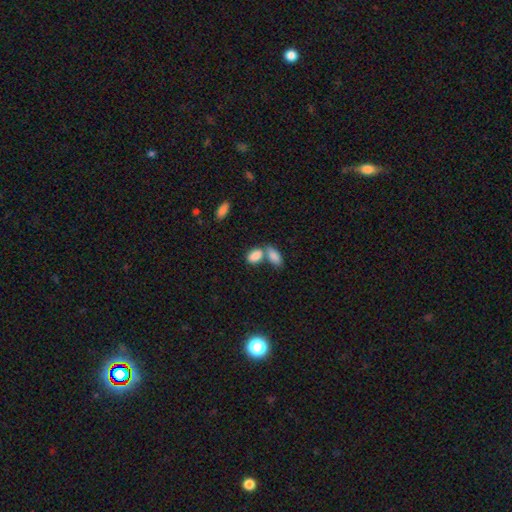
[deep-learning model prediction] Morphology: type=smooth (86%); roundness=in between (92%); merging=merger (50%).